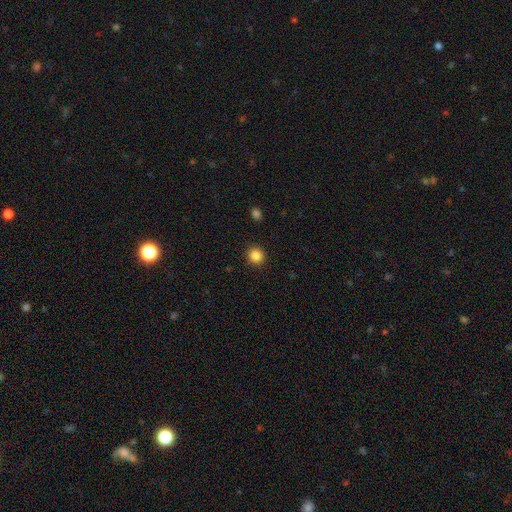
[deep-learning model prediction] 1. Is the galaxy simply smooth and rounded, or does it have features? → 86% smooth, 11% star or artifact, 4% featured or disk.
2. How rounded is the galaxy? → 88% round, 11% in between, 1% cigar-shaped.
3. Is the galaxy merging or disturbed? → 91% none, 6% minor disturbance, 2% major disturbance, 1% merger.